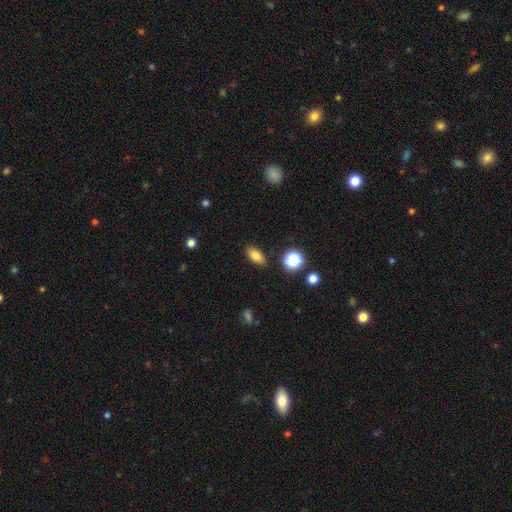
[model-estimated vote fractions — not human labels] A smooth galaxy with no disk features (78%) that is in between round and cigar-shaped (83%).

Vote fractions:
- Smooth or featured? smooth: 78% / star or artifact: 11% / featured or disk: 10%
- How rounded? in between: 83% / cigar-shaped: 9% / round: 8%
- Merging? none: 87% / minor disturbance: 9% / major disturbance: 2% / merger: 2%